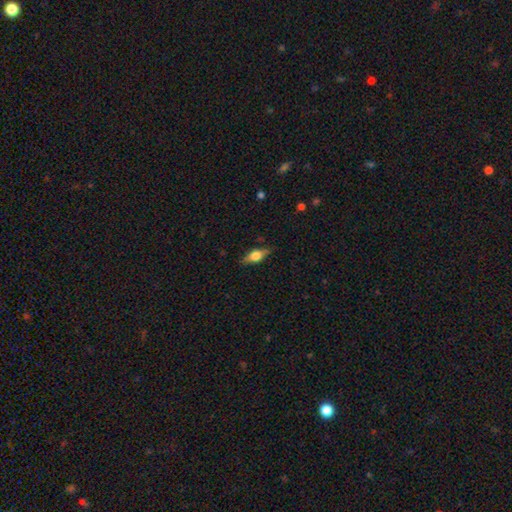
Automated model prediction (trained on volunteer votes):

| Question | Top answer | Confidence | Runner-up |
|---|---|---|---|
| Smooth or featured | smooth | 48% | featured or disk (45%) |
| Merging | none | 83% | minor disturbance (13%) |